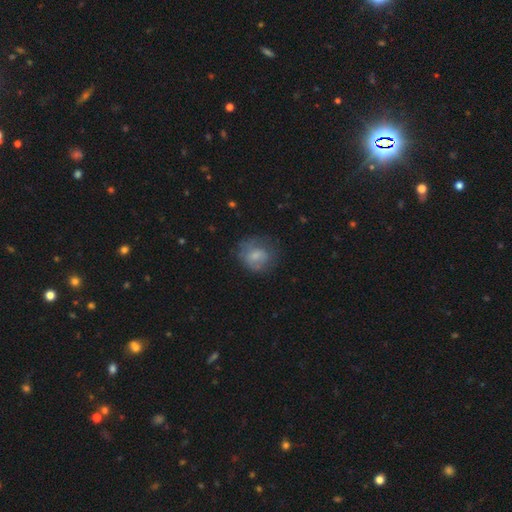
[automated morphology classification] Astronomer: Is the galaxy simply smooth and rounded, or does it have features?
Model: smooth — 66%.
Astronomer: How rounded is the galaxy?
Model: round — 72%.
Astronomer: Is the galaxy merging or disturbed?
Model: none — 61%.